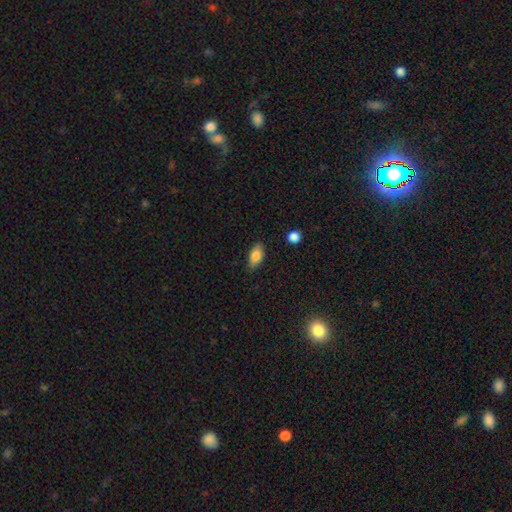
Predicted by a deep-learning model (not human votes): smooth 83%, featured or disk 10%, star or artifact 7%. Down the decision tree: how rounded — in between (88%); merging — none (83%).